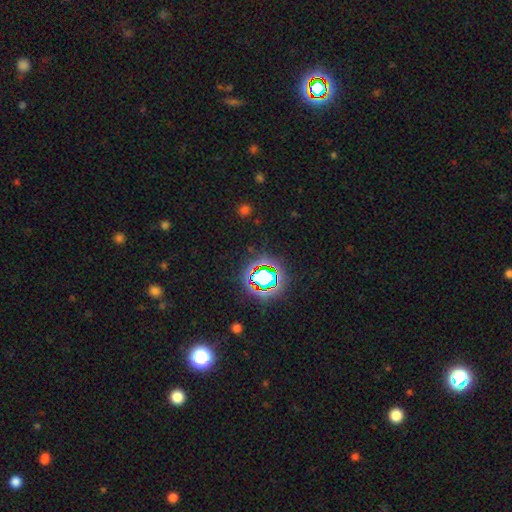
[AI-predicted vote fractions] smooth-or-featured: star or artifact: 80% | smooth: 13% | featured or disk: 7%